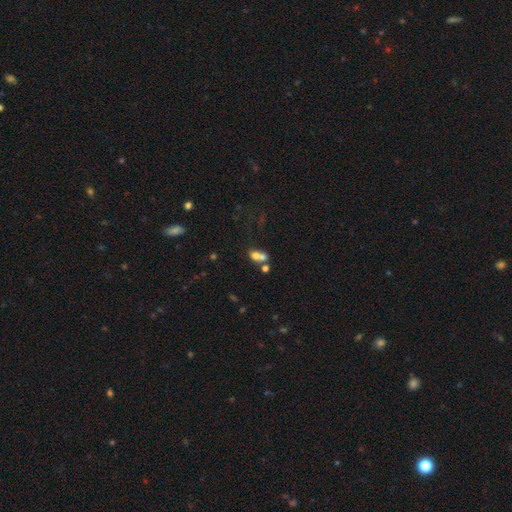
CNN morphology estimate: This is likely a smooth galaxy (66%). How rounded: possibly in between (58%). Merging: likely merger (65%).